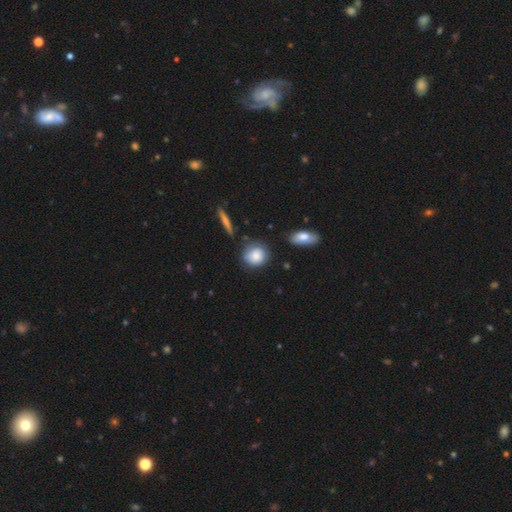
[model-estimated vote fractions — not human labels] Smooth or featured? smooth (77%)
How rounded? round (77%)
Merging? none (68%)